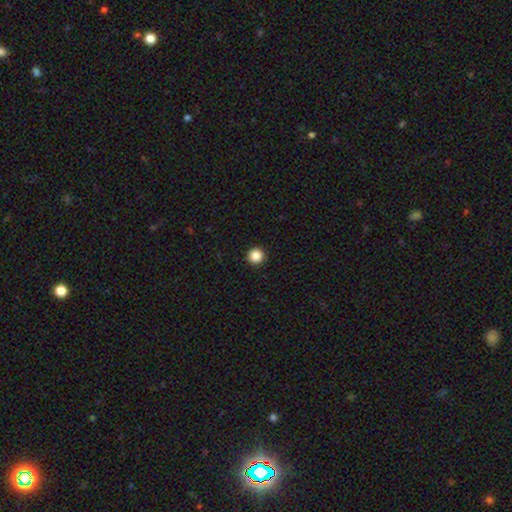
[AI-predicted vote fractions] Q: Smooth or featured?
A: smooth (87%); runner-up: star or artifact (10%)
Q: How rounded?
A: round (96%); runner-up: in between (3%)
Q: Merging?
A: none (94%); runner-up: minor disturbance (4%)